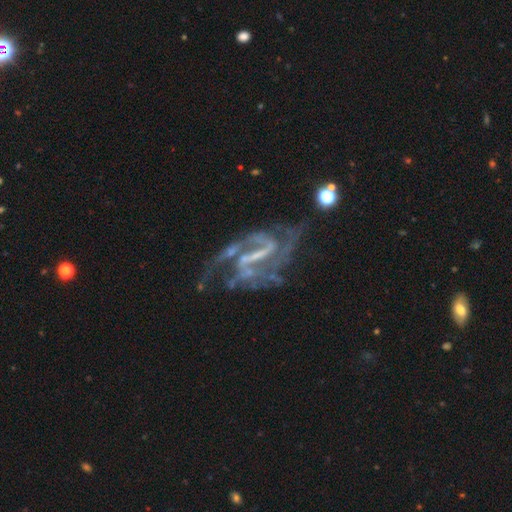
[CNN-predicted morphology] Smooth or featured? featured or disk (89%)
Edge-on disk? no (97%)
Bar? strong (51%)
Spiral arms? yes (94%)
Spiral winding? medium (51%)
Spiral arm count? 2 (62%)
Bulge size? none (43%)
Merging? none (49%)